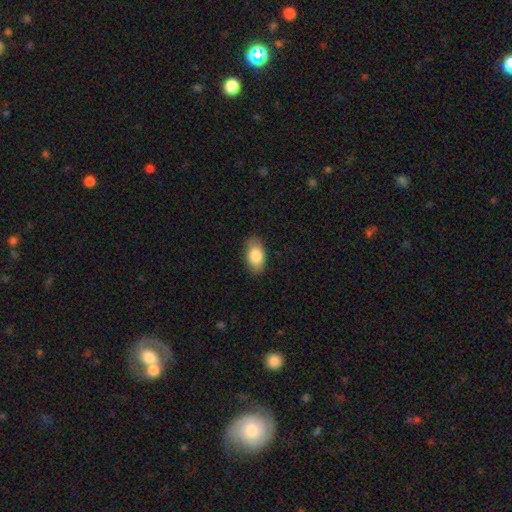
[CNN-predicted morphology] type=smooth (84%); roundness=in between (91%); merging=none (85%).